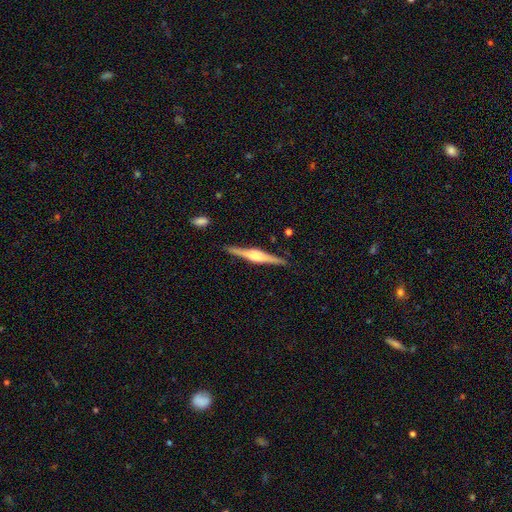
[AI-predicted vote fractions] Smooth or featured? featured or disk (80%)
Edge-on disk? yes (98%)
Edge-on bulge? rounded (76%)
Merging? none (90%)